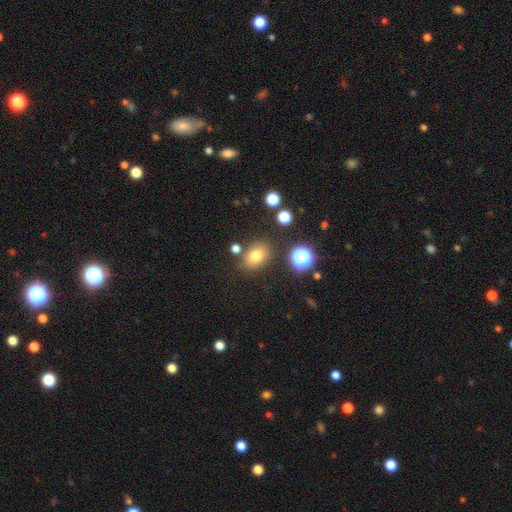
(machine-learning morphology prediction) Smooth or featured? smooth (76%)
How rounded? in between (60%)
Merging? none (78%)